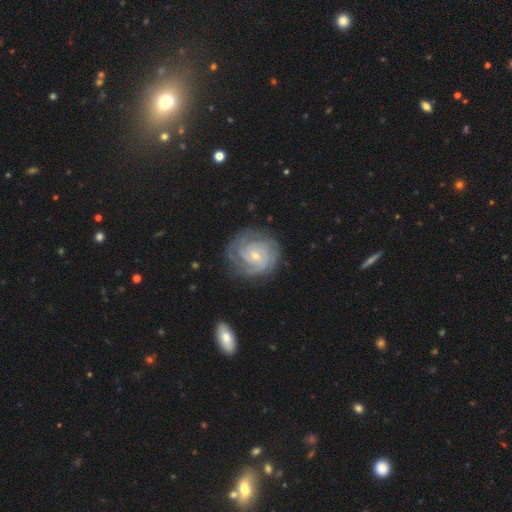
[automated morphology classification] A featured or disk galaxy (85%) with no bar (60%), tight (74%) spiral arms (97%) and a small central bulge (73%). Merging: none (75%).